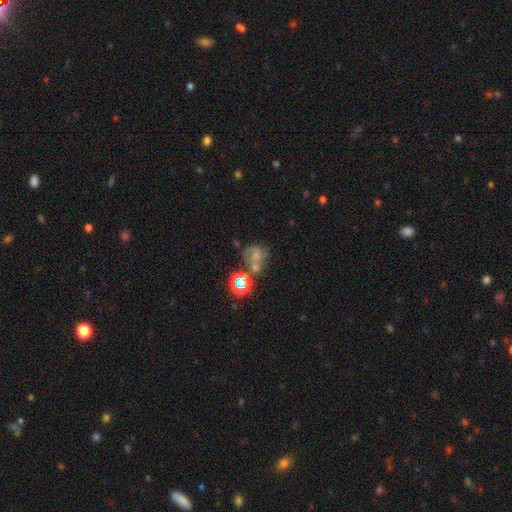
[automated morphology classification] A smooth galaxy with no disk features (38%, tied with featured or disk).

Vote fractions:
- Smooth or featured? smooth: 38% (tied) / featured or disk: 38% (tied) / star or artifact: 24%
- Merging? none: 35% / merger: 26% / major disturbance: 20% / minor disturbance: 18%